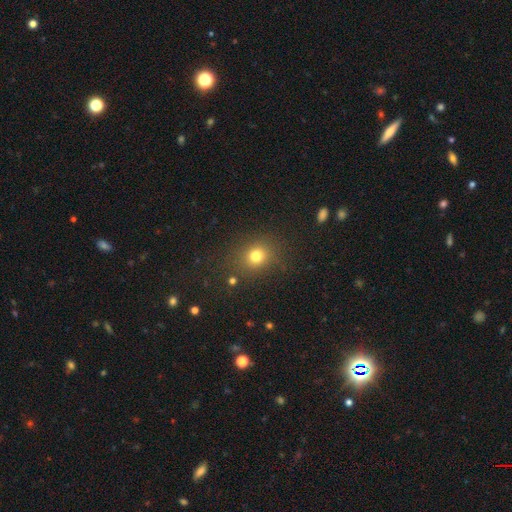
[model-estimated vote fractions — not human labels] smooth-or-featured: smooth: 76% | star or artifact: 17% | featured or disk: 7%
  how-rounded: round: 71% | in between: 28% | cigar-shaped: 1%
  merging: none: 82% | minor disturbance: 11% | major disturbance: 5% | merger: 3%